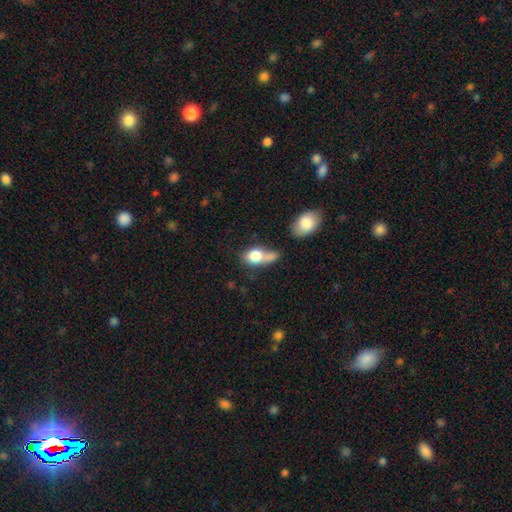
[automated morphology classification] type=smooth (76%); roundness=in between (67%); merging=merger (46%).